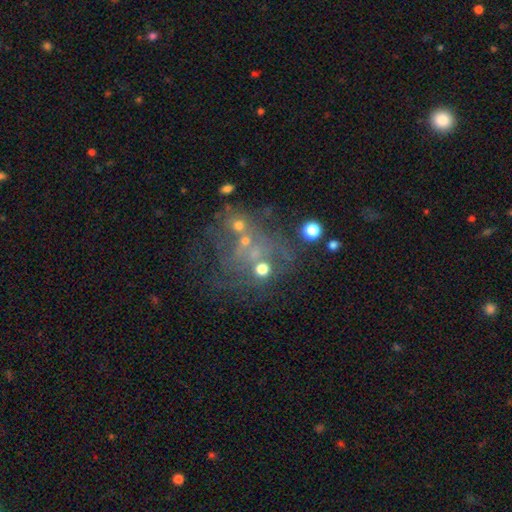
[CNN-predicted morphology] A featured or disk galaxy (52%) with no bar (89%), no spiral arms (81%) and no central bulge (39%).

Vote fractions:
- Smooth or featured? featured or disk: 52% / star or artifact: 24% / smooth: 24%
- Edge-on disk? no: 98% / yes: 2%
- Bar? no: 89% / weak: 8% / strong: 2%
- Spiral arms? no: 81% / yes: 19%
- Bulge size? none: 39% / small: 38% / moderate: 20% / large: 2% / dominant: 2%
- Merging? none: 40% / major disturbance: 26% / merger: 19% / minor disturbance: 15%